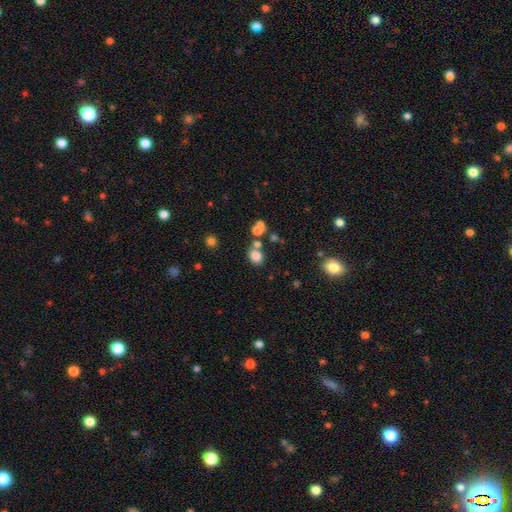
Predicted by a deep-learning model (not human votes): smooth 78%, star or artifact 14%, featured or disk 8%. Down the decision tree: how rounded — round (57%); merging — none (62%).